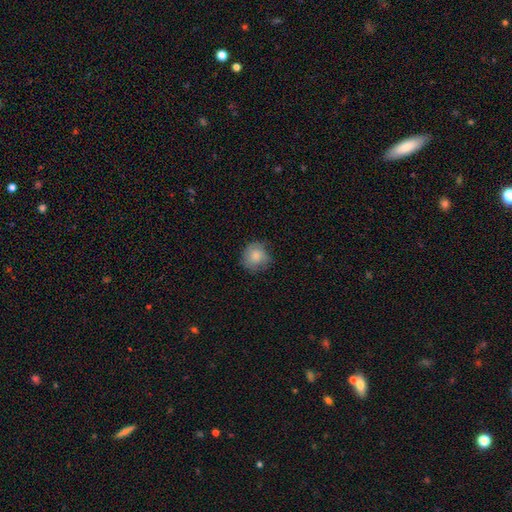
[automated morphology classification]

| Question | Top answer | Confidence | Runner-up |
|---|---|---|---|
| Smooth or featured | smooth | 77% | featured or disk (16%) |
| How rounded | round | 86% | in between (13%) |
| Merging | none | 68% | minor disturbance (24%) |